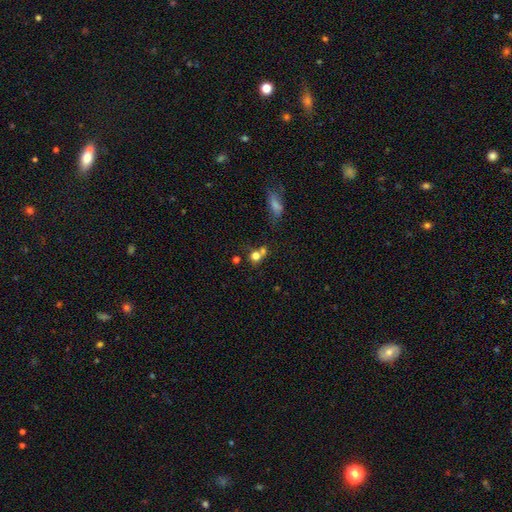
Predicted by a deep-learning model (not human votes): A smooth galaxy with no disk features (74%) that is round (79%).

Vote fractions:
- Smooth or featured? smooth: 74% / star or artifact: 15% / featured or disk: 12%
- How rounded? round: 79% / in between: 19% / cigar-shaped: 2%
- Merging? merger: 42% (tied) / none: 42% (tied) / minor disturbance: 10% / major disturbance: 6%